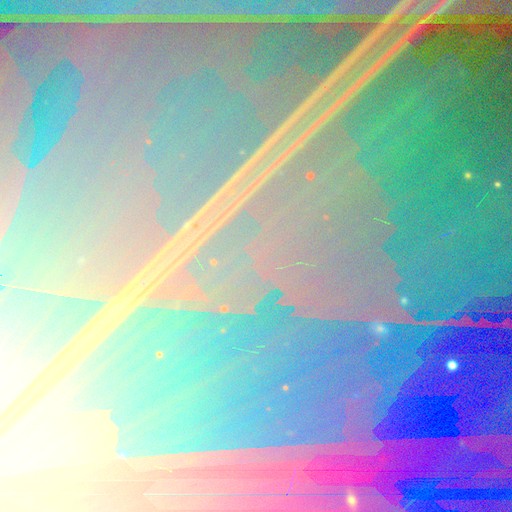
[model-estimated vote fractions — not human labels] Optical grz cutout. It shows a star or artifact, not a galaxy (89%).